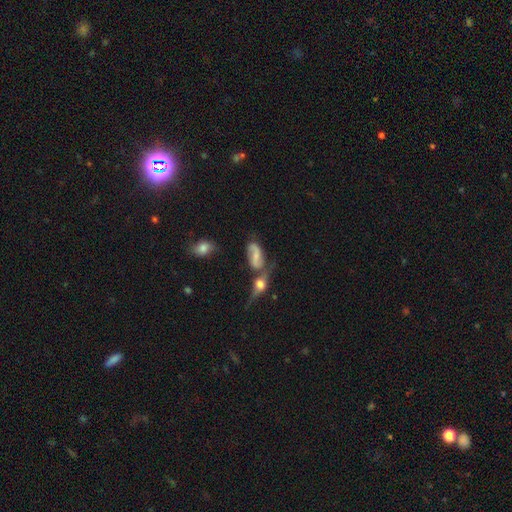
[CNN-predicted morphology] A featured or disk galaxy (63%) with a weak bar (43%), spiral arms (87%) and a small central bulge (45%).

Vote fractions:
- Smooth or featured? featured or disk: 63% / smooth: 28% / star or artifact: 9%
- Edge-on disk? no: 92% / yes: 8%
- Bar? weak: 43% / no: 36% / strong: 21%
- Spiral arms? yes: 87% / no: 13%
- Bulge size? small: 45% / moderate: 26% / none: 22% / large: 5% / dominant: 2%
- Merging? none: 39% / merger: 36% / minor disturbance: 16% / major disturbance: 10%